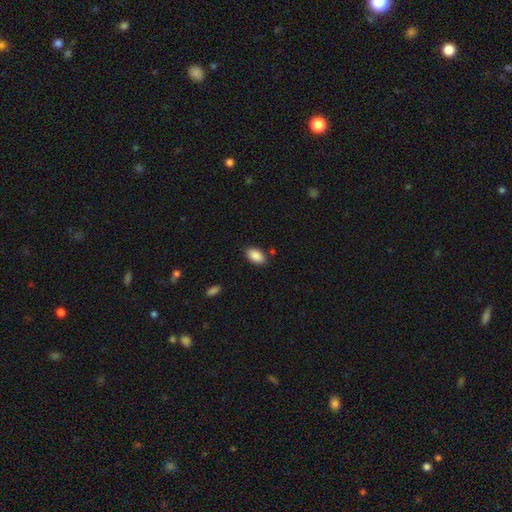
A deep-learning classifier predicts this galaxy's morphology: Smooth or featured: smooth — 89% (star or artifact — 7%)
How rounded: in between — 94% (round — 4%)
Merging: none — 85% (minor disturbance — 10%)